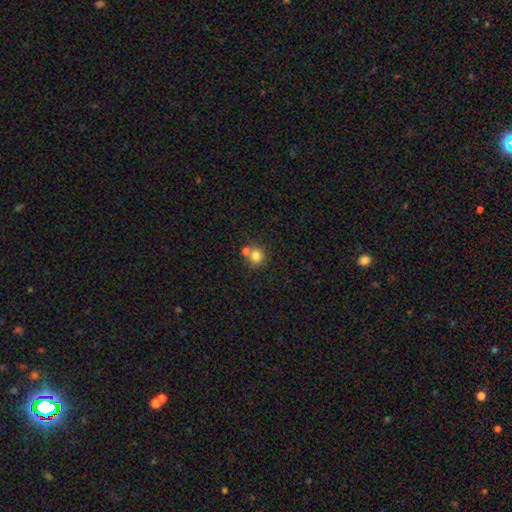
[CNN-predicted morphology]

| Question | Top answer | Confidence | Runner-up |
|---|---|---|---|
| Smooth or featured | smooth | 80% | star or artifact (11%) |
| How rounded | round | 89% | in between (11%) |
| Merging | none | 56% | merger (34%) |